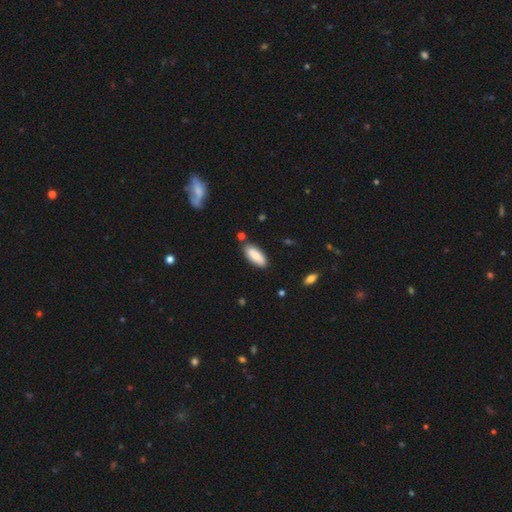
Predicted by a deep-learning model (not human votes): Smooth or featured?
  - smooth: 82% *
  - featured or disk: 12%
  - star or artifact: 6%
How rounded?
  - in between: 83% *
  - cigar-shaped: 16%
  - round: 2%
Merging?
  - none: 83% *
  - minor disturbance: 11%
  - merger: 3%
  - major disturbance: 2%